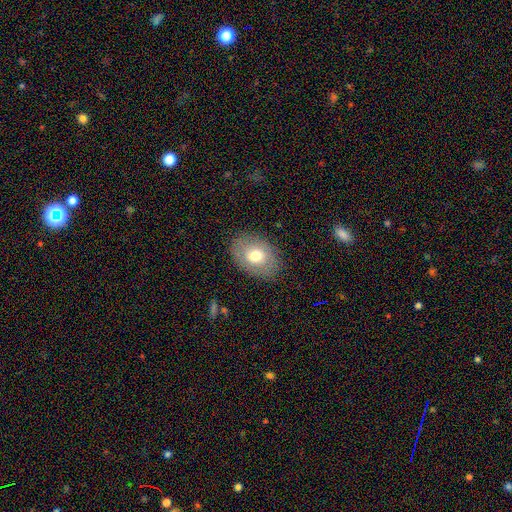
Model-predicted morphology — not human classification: The model was most divided on "smooth or featured": smooth: 65%, featured or disk: 27%, star or artifact: 9%. More confident: merging — none (83%); how rounded — in between (73%).